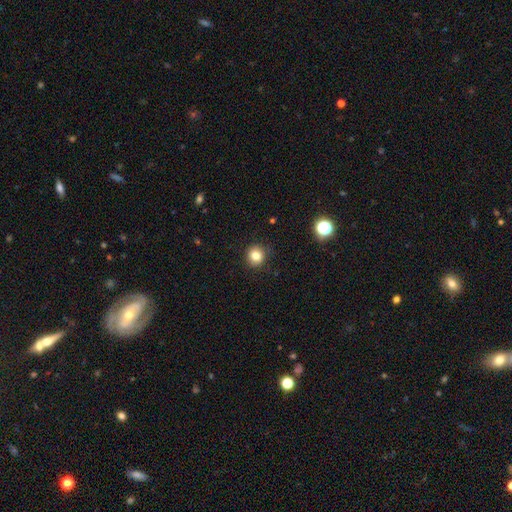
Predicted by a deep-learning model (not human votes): This is clearly a smooth galaxy (81%). How rounded: clearly round (91%). Merging: clearly none (89%).